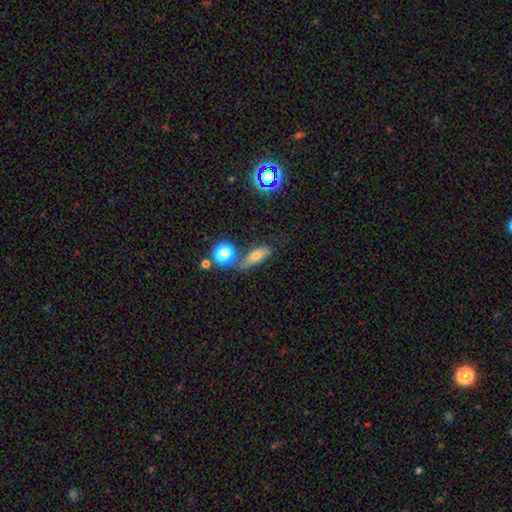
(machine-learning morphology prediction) Q: Smooth or featured?
A: smooth (56%); runner-up: featured or disk (25%)
Q: How rounded?
A: in between (56%); runner-up: cigar-shaped (34%)
Q: Merging?
A: none (62%); runner-up: minor disturbance (18%)